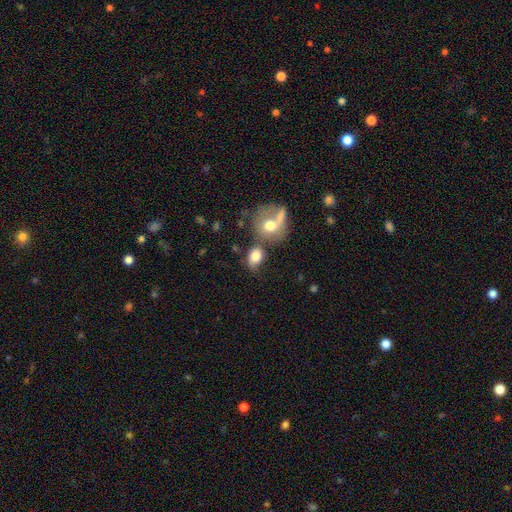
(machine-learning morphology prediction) Overall: smooth (78%). How rounded: in between (65%; round 34%). Merging: none (43%; merger 32%).